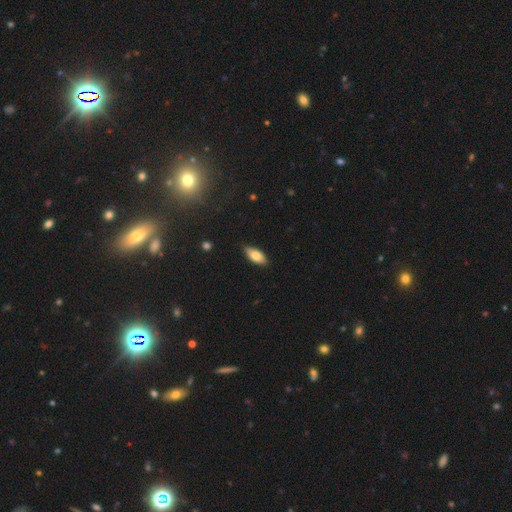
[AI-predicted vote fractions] Q: Smooth or featured?
A: smooth (74%); runner-up: featured or disk (20%)
Q: How rounded?
A: in between (83%); runner-up: cigar-shaped (14%)
Q: Merging?
A: none (86%); runner-up: minor disturbance (11%)